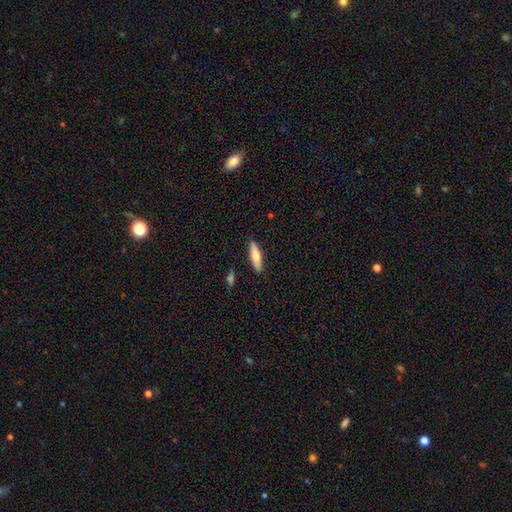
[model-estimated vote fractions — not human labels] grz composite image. It shows a smooth galaxy with no disk features (63%) that is cigar-shaped (60%). Merging: none (88%).